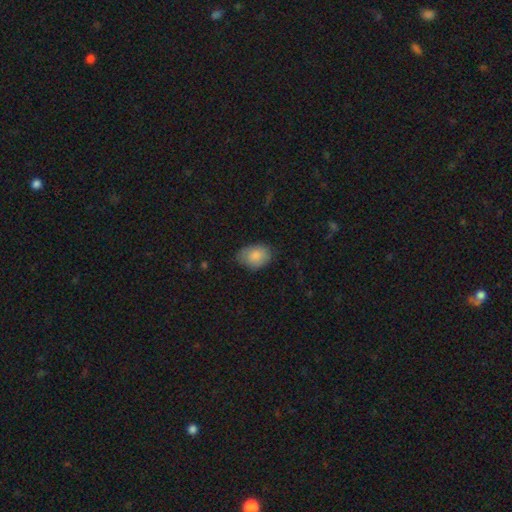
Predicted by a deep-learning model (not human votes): Smooth or featured?
  - smooth: 85% *
  - featured or disk: 8%
  - star or artifact: 7%
How rounded?
  - in between: 78% *
  - round: 20%
  - cigar-shaped: 1%
Merging?
  - none: 71% *
  - minor disturbance: 23%
  - major disturbance: 5%
  - merger: 1%